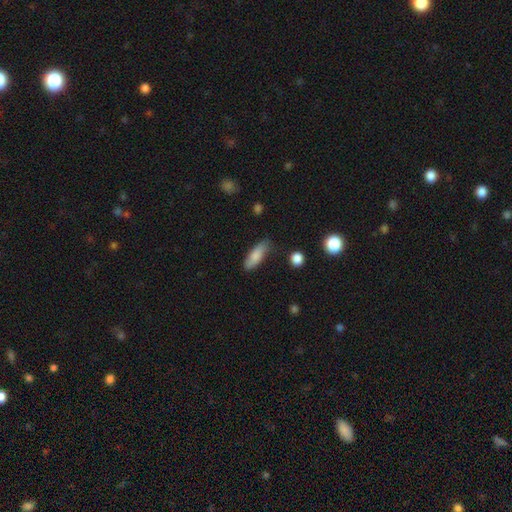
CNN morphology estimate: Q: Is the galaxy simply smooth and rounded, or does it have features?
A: smooth — 80%.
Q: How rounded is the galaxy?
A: in between — 60%.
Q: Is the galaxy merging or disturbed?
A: none — 73%.